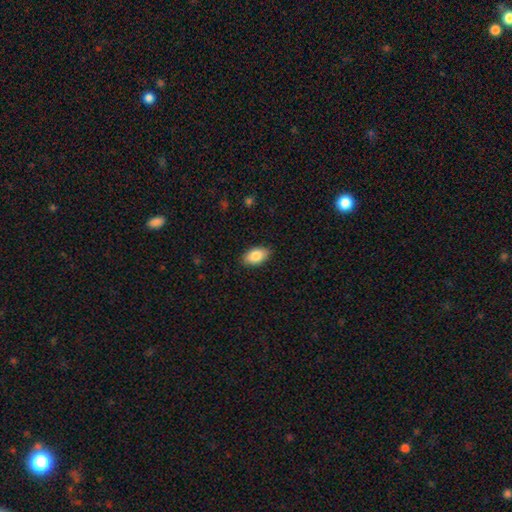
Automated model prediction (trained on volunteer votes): Q: Smooth or featured?
A: smooth (85%); runner-up: featured or disk (8%)
Q: How rounded?
A: in between (93%); runner-up: round (5%)
Q: Merging?
A: none (87%); runner-up: minor disturbance (10%)